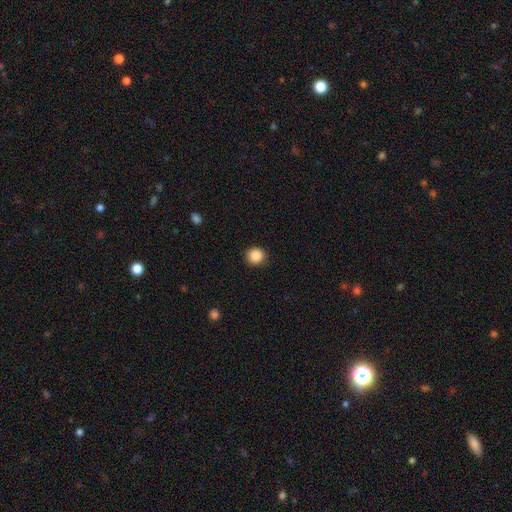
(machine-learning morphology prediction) Smooth or featured?
  - smooth: 88% *
  - star or artifact: 10%
  - featured or disk: 3%
How rounded?
  - round: 92% *
  - in between: 7%
  - cigar-shaped: 1%
Merging?
  - none: 91% *
  - minor disturbance: 6%
  - major disturbance: 2%
  - merger: 1%